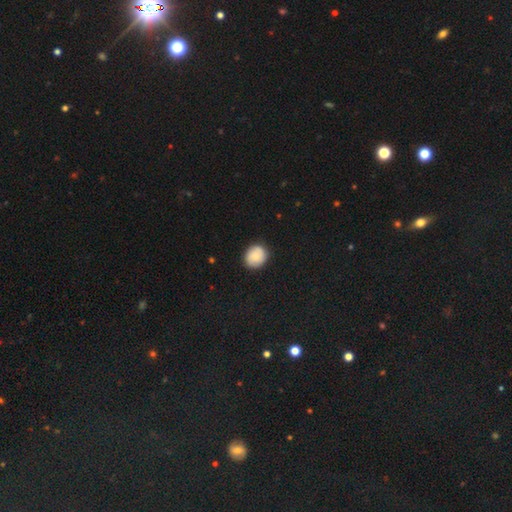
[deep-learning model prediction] Smooth or featured: smooth — 77% (featured or disk — 16%)
How rounded: round — 75% (in between — 25%)
Merging: none — 86% (minor disturbance — 11%)